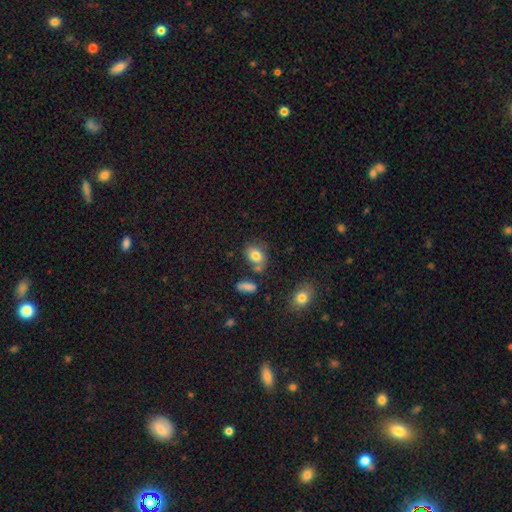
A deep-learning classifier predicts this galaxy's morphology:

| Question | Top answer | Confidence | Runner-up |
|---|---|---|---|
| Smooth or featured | smooth | 81% | featured or disk (10%) |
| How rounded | in between | 67% | round (31%) |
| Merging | none | 62% | minor disturbance (18%) |